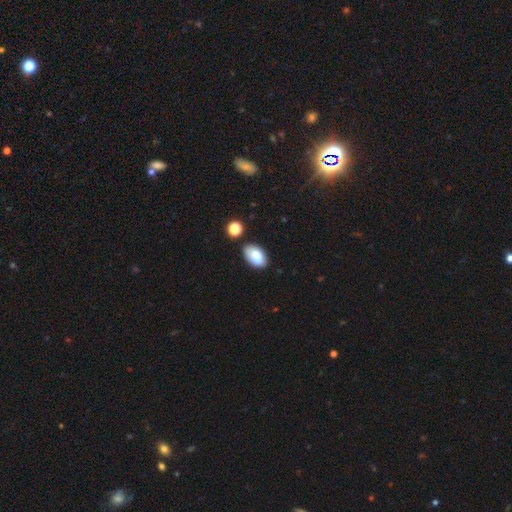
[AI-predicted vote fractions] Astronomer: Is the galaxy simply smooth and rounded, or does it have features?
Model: smooth — 84%.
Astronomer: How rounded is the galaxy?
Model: in between — 94%.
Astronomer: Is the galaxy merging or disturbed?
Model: none — 80%.